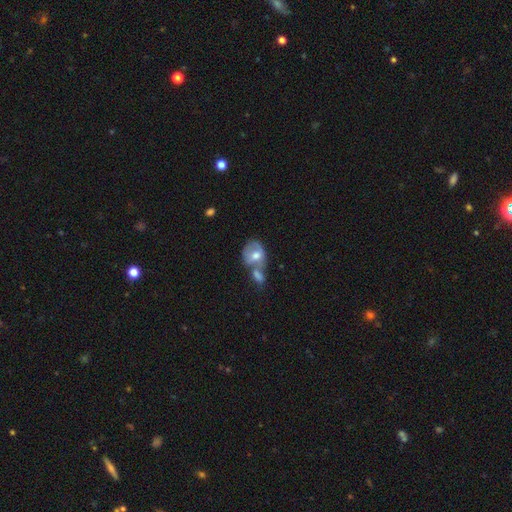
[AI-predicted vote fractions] Overall: smooth (57%; featured or disk 36%). How rounded: in between (57%; round 42%). Merging: merger (56%; none 23%).